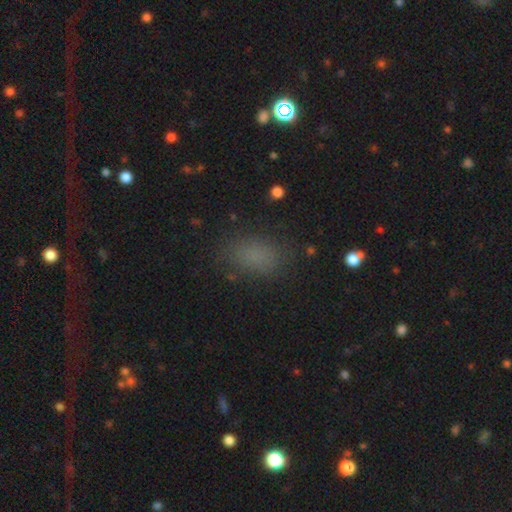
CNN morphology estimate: This appears to be a smooth galaxy with no disk features (78%) that is in between round and cigar-shaped (84%). Merging: none (83%).